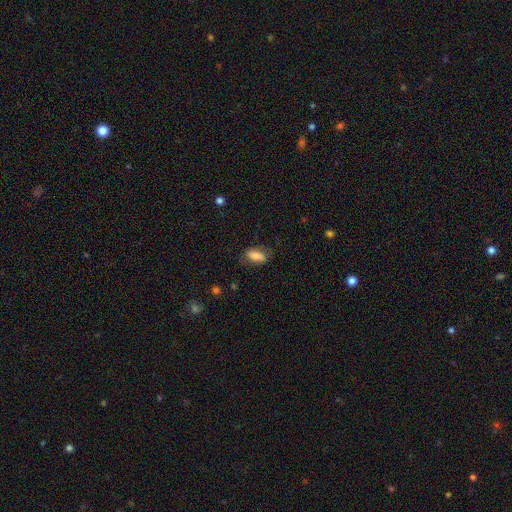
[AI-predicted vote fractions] Smooth or featured? Predicted: smooth (p=0.75). How rounded? Predicted: in between (p=0.86). Merging? Predicted: none (p=0.72).